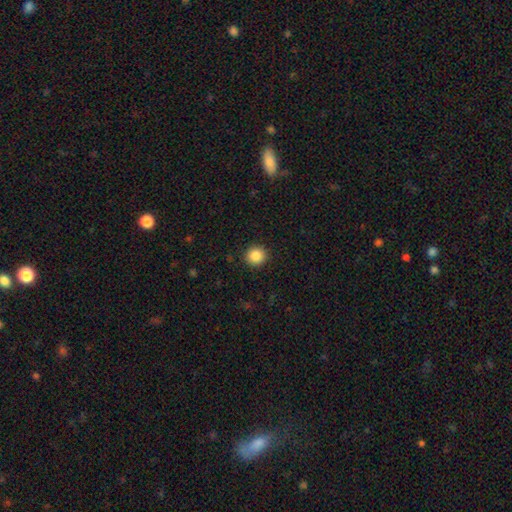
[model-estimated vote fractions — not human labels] Smooth or featured? Predicted: smooth (p=0.87). How rounded? Predicted: round (p=0.92). Merging? Predicted: none (p=0.92).